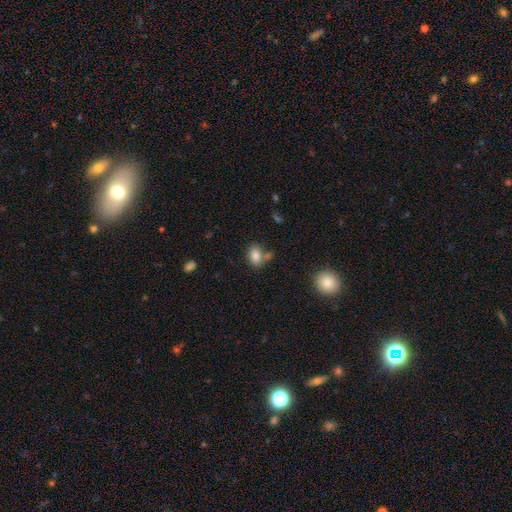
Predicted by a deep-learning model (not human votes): Smooth or featured? Predicted: smooth (p=0.83). How rounded? Predicted: in between (p=0.80). Merging? Predicted: none (p=0.61).